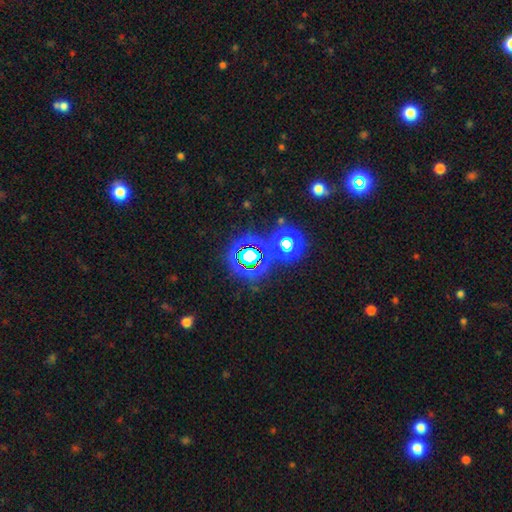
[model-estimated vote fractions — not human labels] This appears to be a star or artifact, not a galaxy (79%).